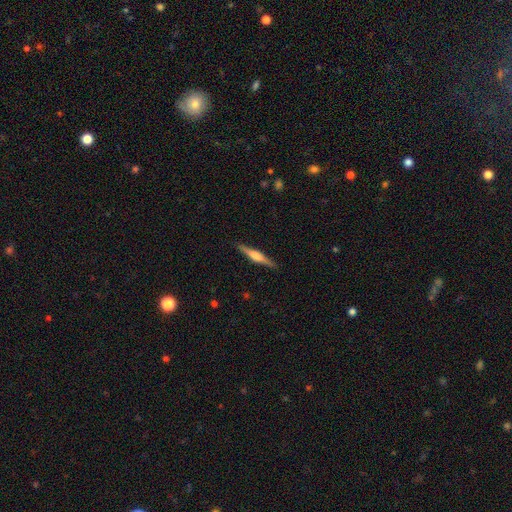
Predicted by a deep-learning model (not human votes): Q: Smooth or featured?
A: featured or disk (67%); runner-up: smooth (27%)
Q: Edge-on disk?
A: yes (98%); runner-up: no (2%)
Q: Edge-on bulge?
A: rounded (79%); runner-up: boxy (15%)
Q: Merging?
A: none (90%); runner-up: minor disturbance (7%)